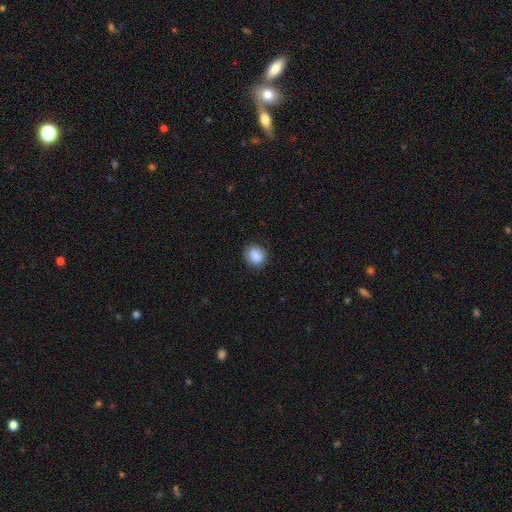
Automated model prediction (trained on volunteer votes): A smooth galaxy with no disk features (87%) that is round (67%).

Vote fractions:
- Smooth or featured? smooth: 87% / star or artifact: 8% / featured or disk: 4%
- How rounded? round: 67% / in between: 32% / cigar-shaped: 1%
- Merging? none: 83% / minor disturbance: 13% / major disturbance: 3% / merger: 1%